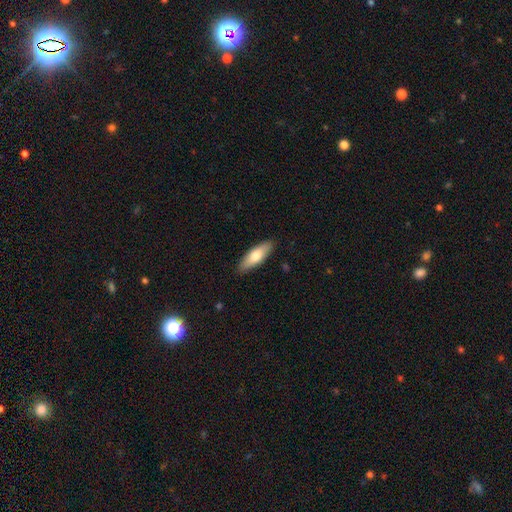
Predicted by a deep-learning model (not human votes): This appears to be a smooth galaxy with no disk features (70%) that is in between round and cigar-shaped (56%). Merging: none (88%).